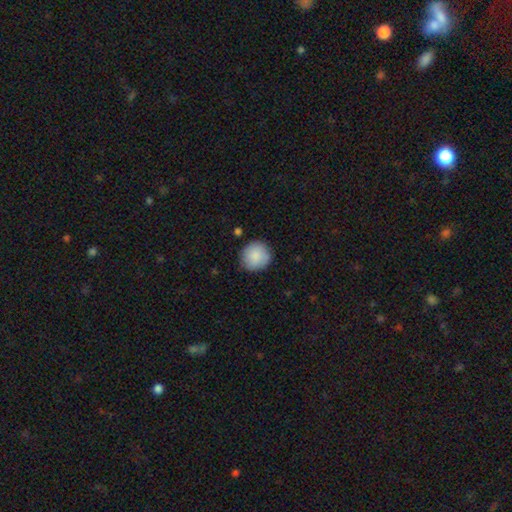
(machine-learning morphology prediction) This appears to be a smooth galaxy with no disk features (87%) that is round (92%). Merging: none (86%).